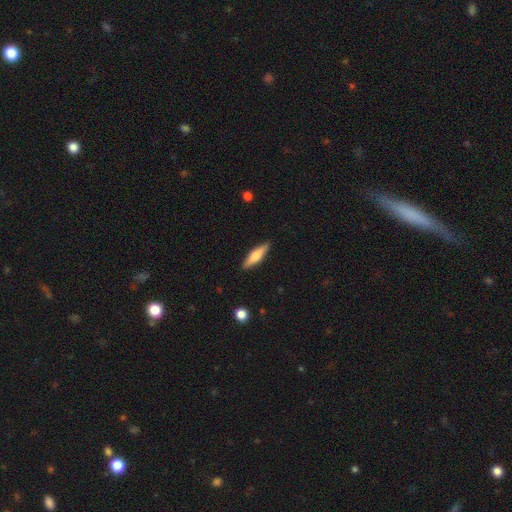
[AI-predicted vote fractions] smooth_or_featured: smooth (p=0.61) [alt: featured or disk p=0.34]
how_rounded: cigar-shaped (p=0.67) [alt: in between p=0.31]
merging: none (p=0.89) [alt: minor disturbance p=0.08]